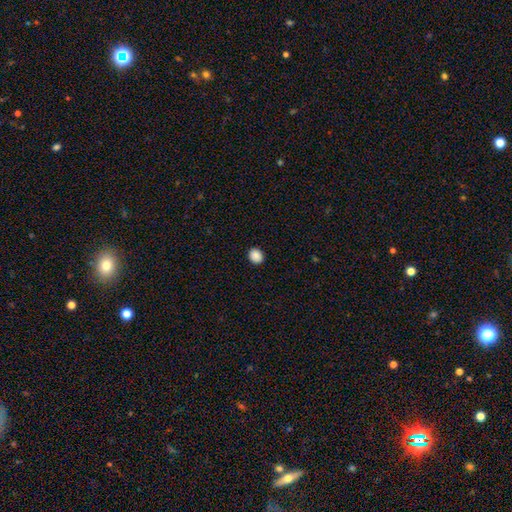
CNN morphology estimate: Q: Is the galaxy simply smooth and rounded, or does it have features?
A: smooth — 89%.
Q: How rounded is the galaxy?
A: round — 71%.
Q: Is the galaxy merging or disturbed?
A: none — 92%.